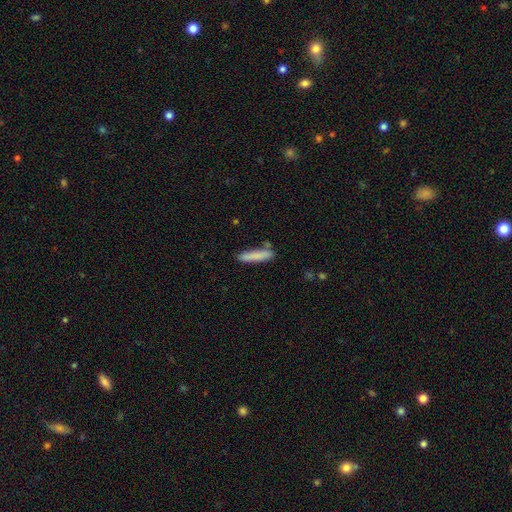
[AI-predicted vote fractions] A smooth galaxy with no disk features (82%) that is cigar-shaped (89%).

Vote fractions:
- Smooth or featured? smooth: 82% / featured or disk: 12% / star or artifact: 6%
- How rounded? cigar-shaped: 89% / in between: 10% / round: 1%
- Merging? none: 80% / minor disturbance: 12% / merger: 5% / major disturbance: 2%